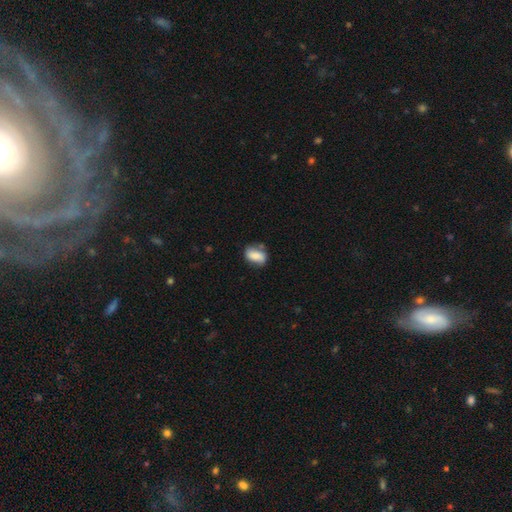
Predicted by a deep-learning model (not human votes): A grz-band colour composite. It shows a smooth galaxy with no disk features (74%) that is in between round and cigar-shaped (82%). Merging: none (60%).